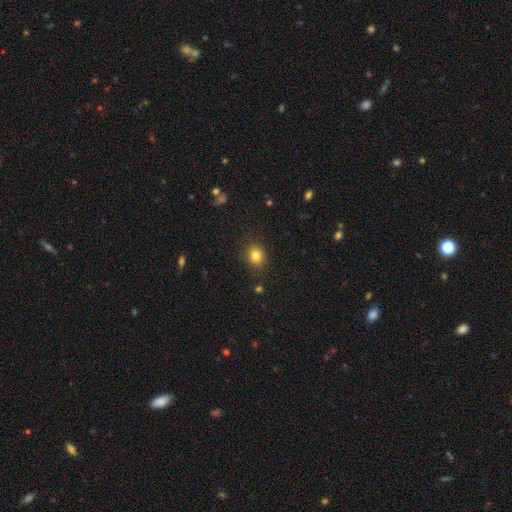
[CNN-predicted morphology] Smooth or featured: smooth — 82% (star or artifact — 11%)
How rounded: round — 62% (in between — 37%)
Merging: none — 87% (minor disturbance — 10%)